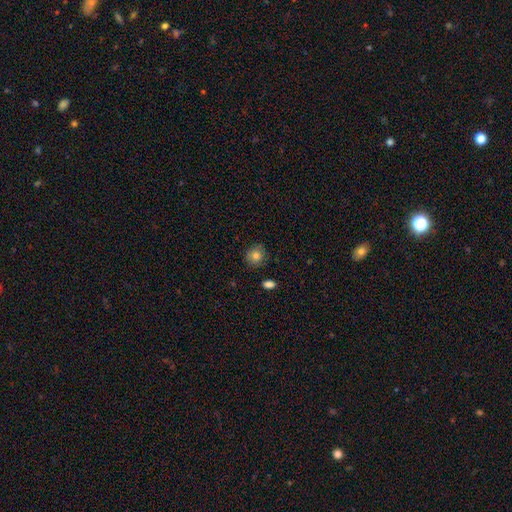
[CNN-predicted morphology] smooth_or_featured: smooth (p=0.81) [alt: star or artifact p=0.10]
how_rounded: round (p=0.84) [alt: in between p=0.15]
merging: none (p=0.86) [alt: minor disturbance p=0.11]